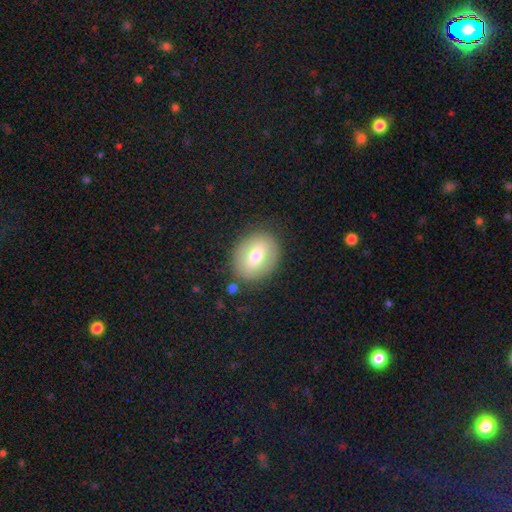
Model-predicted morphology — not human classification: A smooth galaxy with no disk features (63%) that is in between round and cigar-shaped (62%). Merging: none (83%).